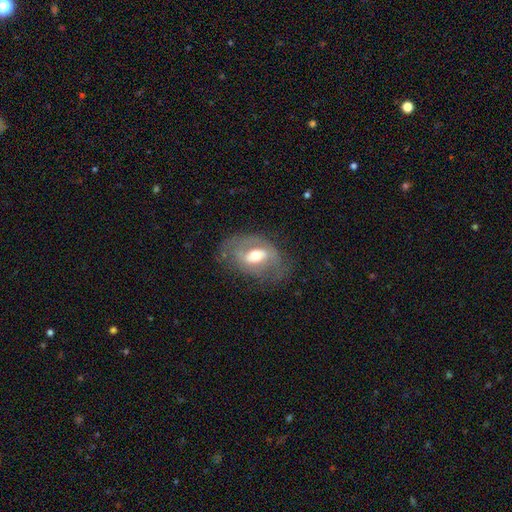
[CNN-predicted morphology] smooth_or_featured: featured or disk (p=0.58) [alt: smooth p=0.34]
disk_edge_on: no (p=0.91) [alt: yes p=0.09]
bar: weak (p=0.38) [alt: no p=0.32]
has_spiral_arms: no (p=0.56) [alt: yes p=0.44]
bulge_size: moderate (p=0.68) [alt: large p=0.17]
merging: none (p=0.59) [alt: minor disturbance p=0.23]